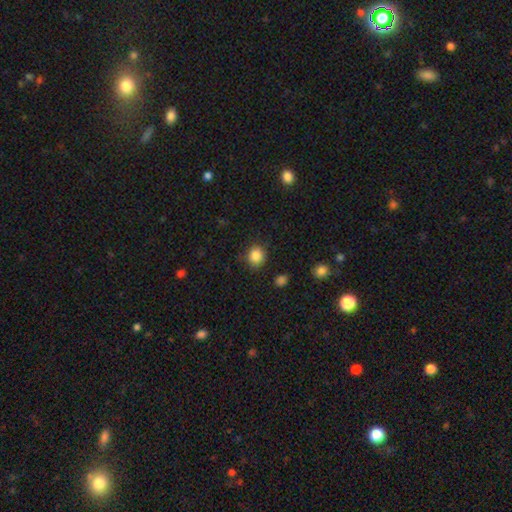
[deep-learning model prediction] A smooth galaxy with no disk features (85%) that is round (81%). Merging: none (85%).